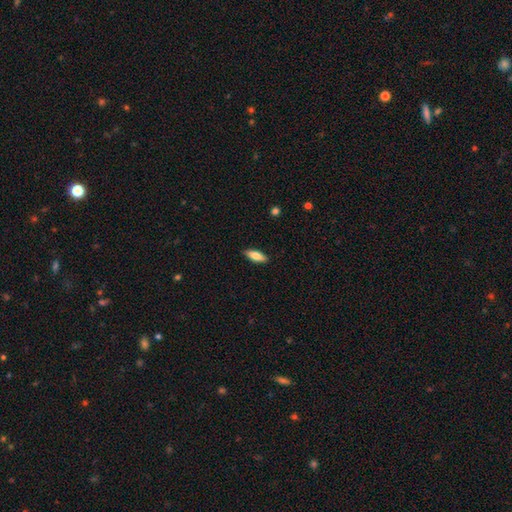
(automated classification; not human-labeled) A smooth galaxy with no disk features (75%) that is in between round and cigar-shaped (70%). Merging: none (89%).